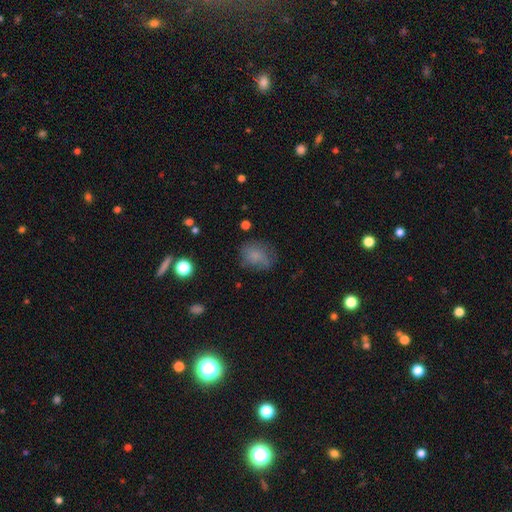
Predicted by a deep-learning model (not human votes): This is likely a smooth galaxy (74%). How rounded: possibly round (52%). Merging: possibly none (59%).